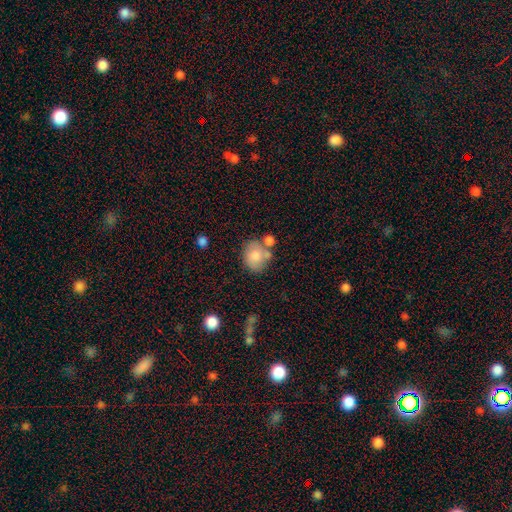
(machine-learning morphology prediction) The model was most divided on "how rounded": round: 62%, in between: 37%, cigar-shaped: 1%. More confident: smooth or featured — smooth (75%); merging — none (53%).